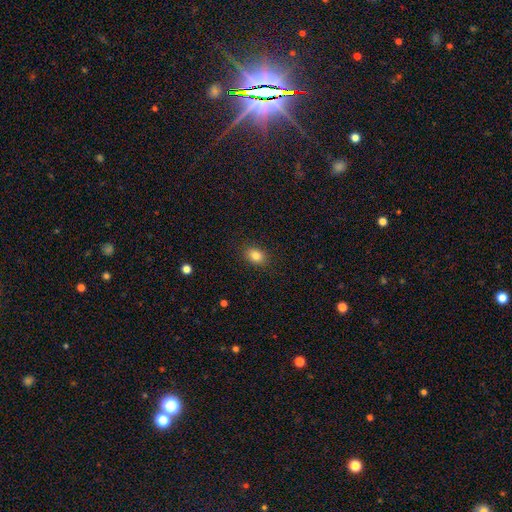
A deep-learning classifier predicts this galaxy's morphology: Smooth or featured? Predicted: smooth (p=0.84). How rounded? Predicted: in between (p=0.71). Merging? Predicted: none (p=0.88).